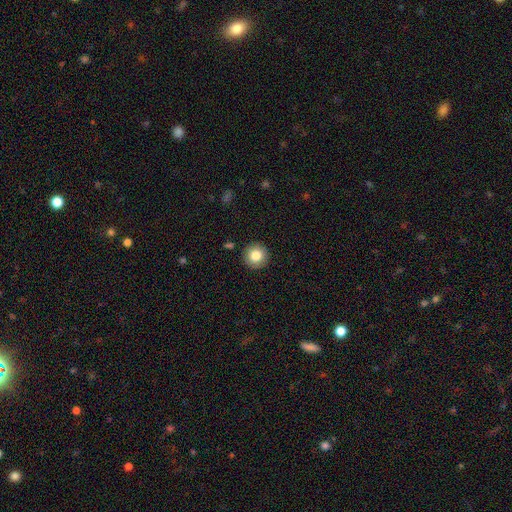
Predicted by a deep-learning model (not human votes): Morphology: type=smooth (83%); roundness=round (95%); merging=none (91%).